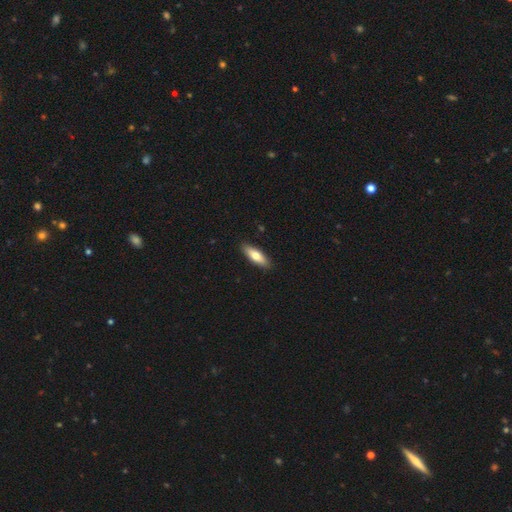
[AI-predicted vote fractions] Smooth or featured: smooth — 70% (featured or disk — 25%)
How rounded: in between — 55% (cigar-shaped — 43%)
Merging: none — 90% (minor disturbance — 7%)